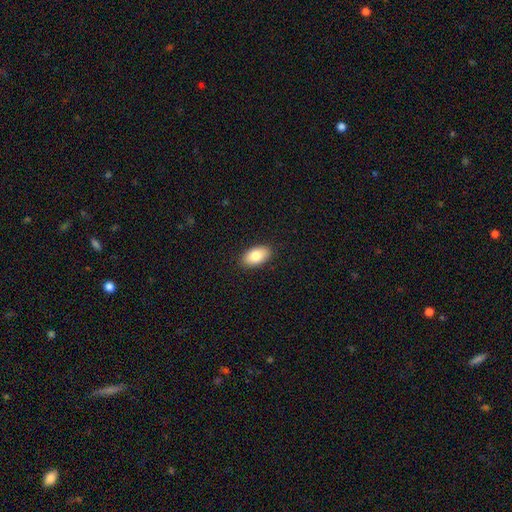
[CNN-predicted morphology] Smooth or featured? Predicted: smooth (p=0.83). How rounded? Predicted: in between (p=0.94). Merging? Predicted: none (p=0.89).